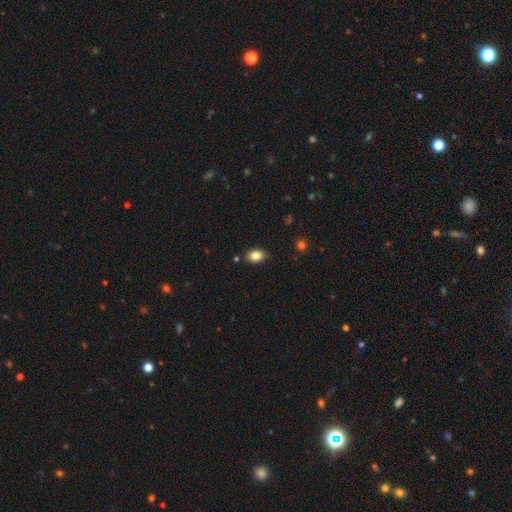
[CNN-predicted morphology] Overall: smooth (86%). How rounded: in between (78%). Merging: none (82%).